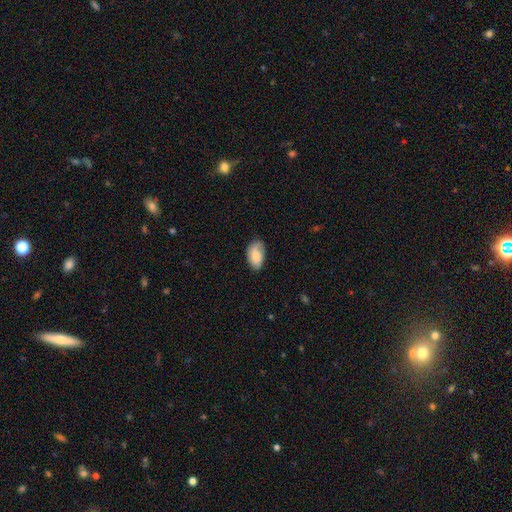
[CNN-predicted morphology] Smooth or featured? smooth (76%)
How rounded? in between (93%)
Merging? none (66%)